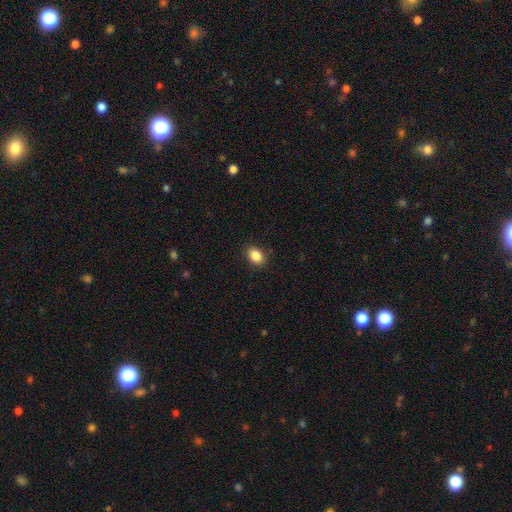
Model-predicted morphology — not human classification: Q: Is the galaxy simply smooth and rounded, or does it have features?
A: smooth — 87%.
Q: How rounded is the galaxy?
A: in between — 78%.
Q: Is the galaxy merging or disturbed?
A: none — 88%.